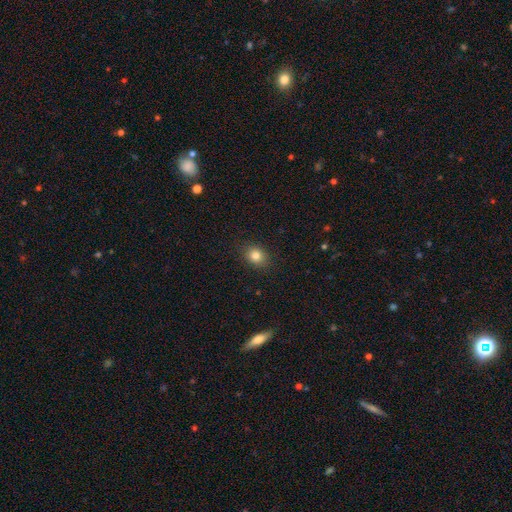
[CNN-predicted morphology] This is clearly a smooth galaxy (82%). How rounded: possibly round (51%). Merging: clearly none (88%).